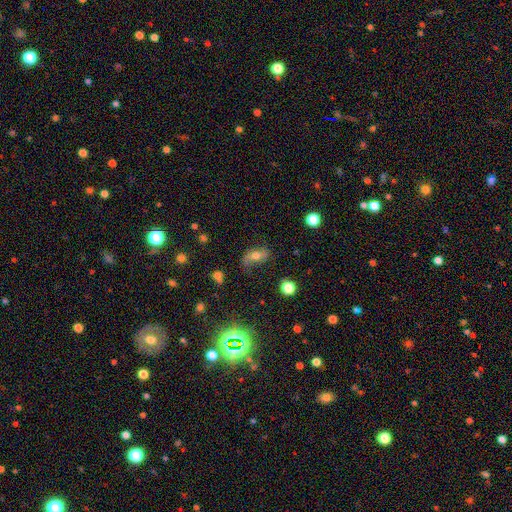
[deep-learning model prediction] Smooth or featured?
  - featured or disk: 49% *
  - smooth: 38%
  - star or artifact: 13%
Merging?
  - none: 56% *
  - minor disturbance: 24%
  - major disturbance: 16%
  - merger: 3%